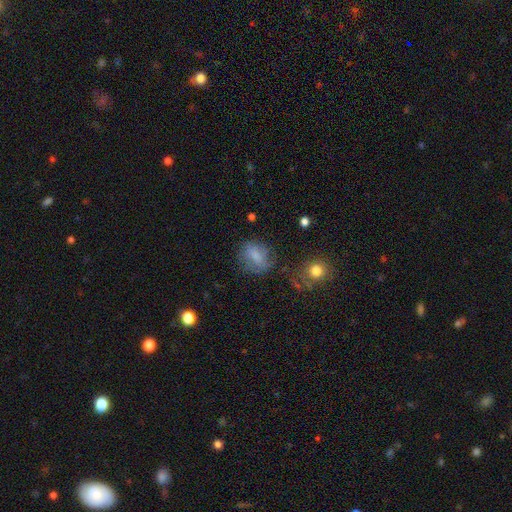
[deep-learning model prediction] smooth-or-featured: smooth: 71% | featured or disk: 18% | star or artifact: 11%
  how-rounded: in between: 57% | round: 41% | cigar-shaped: 3%
  merging: none: 61% | minor disturbance: 23% | major disturbance: 13% | merger: 3%